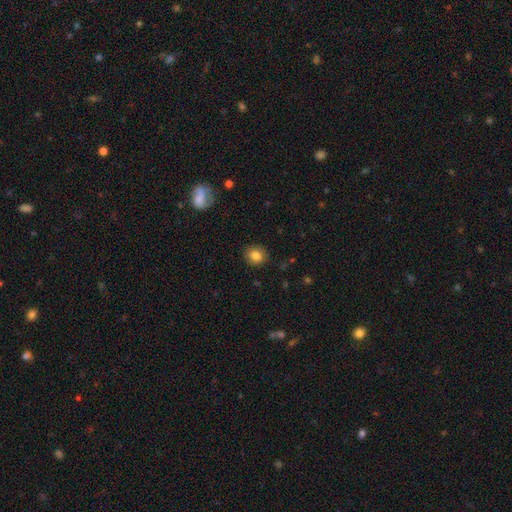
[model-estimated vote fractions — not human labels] This is clearly a smooth galaxy (83%). How rounded: likely round (79%). Merging: clearly none (89%).